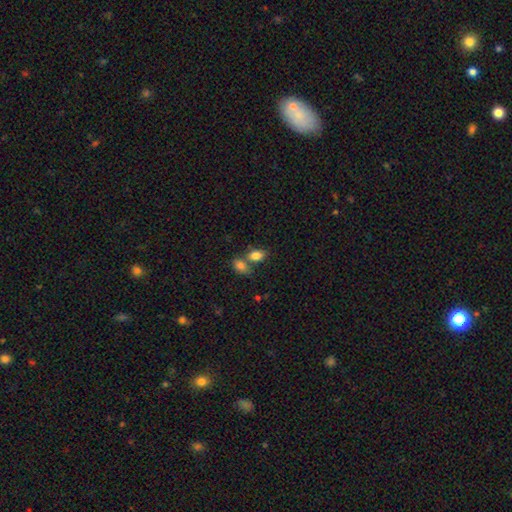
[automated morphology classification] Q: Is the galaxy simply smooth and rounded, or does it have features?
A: smooth — 84%.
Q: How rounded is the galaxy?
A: in between — 83%.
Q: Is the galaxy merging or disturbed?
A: merger — 44%.